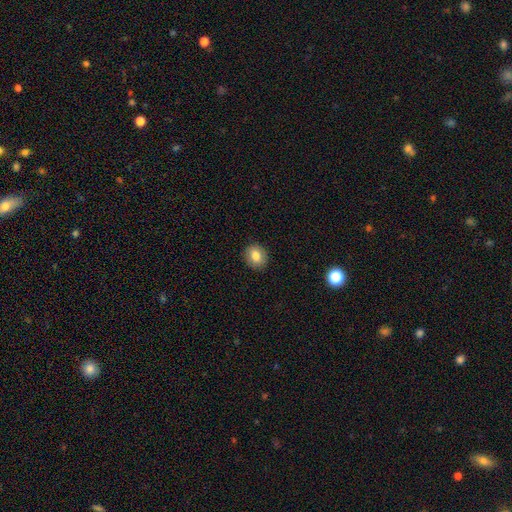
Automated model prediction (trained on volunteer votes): smooth 81%, featured or disk 10%, star or artifact 9%. Down the decision tree: how rounded — round (71%); merging — none (90%).